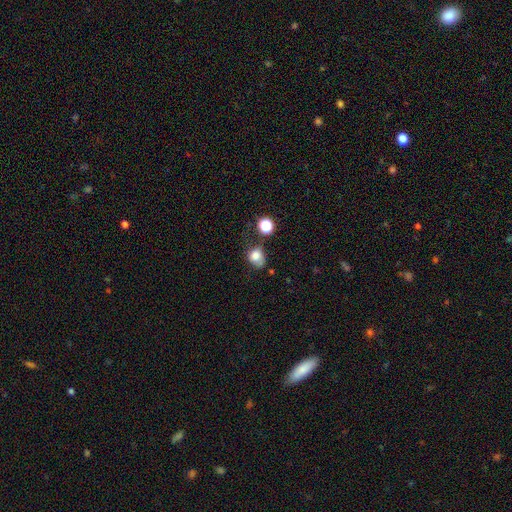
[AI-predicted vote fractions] Q: Smooth or featured?
A: smooth (76%); runner-up: star or artifact (12%)
Q: How rounded?
A: round (57%); runner-up: in between (42%)
Q: Merging?
A: none (41%); runner-up: minor disturbance (31%)